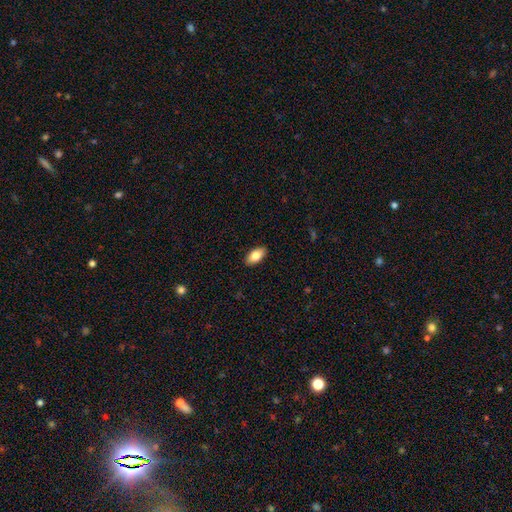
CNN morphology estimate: Overall: smooth (81%). How rounded: in between (92%). Merging: none (89%).